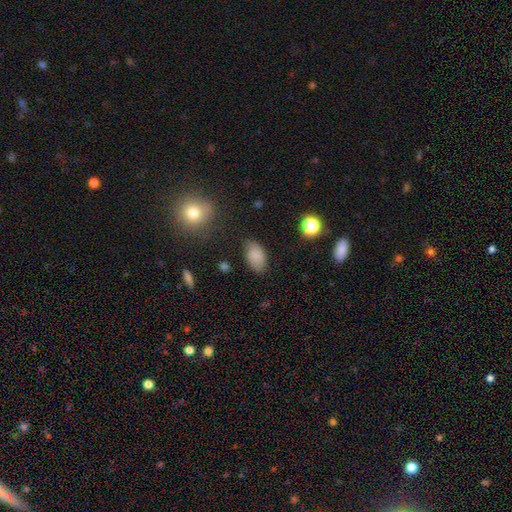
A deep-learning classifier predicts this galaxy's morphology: The model was most divided on "merging": none: 77%, minor disturbance: 17%, major disturbance: 4%, merger: 2%. More confident: how rounded — in between (92%); smooth or featured — smooth (81%).